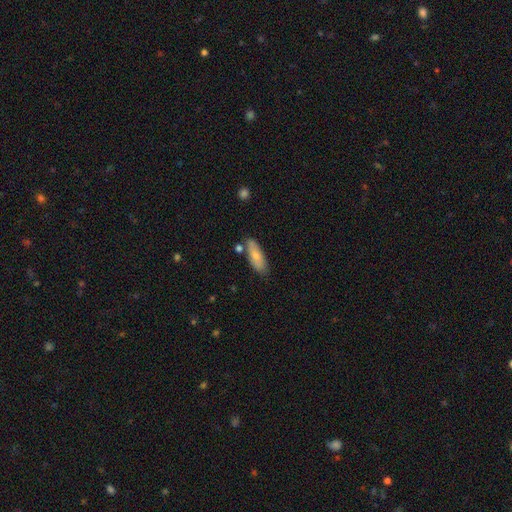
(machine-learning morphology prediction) This appears to be a smooth galaxy with no disk features (75%) that is in between round and cigar-shaped (64%). Merging: none (73%).